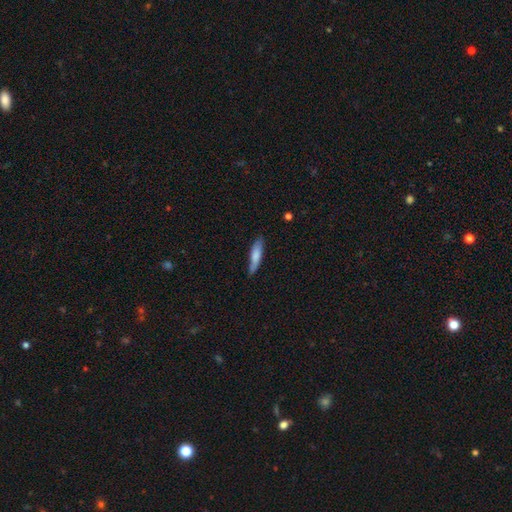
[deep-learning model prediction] This is likely a smooth galaxy (75%). How rounded: likely cigar-shaped (72%). Merging: likely none (71%).